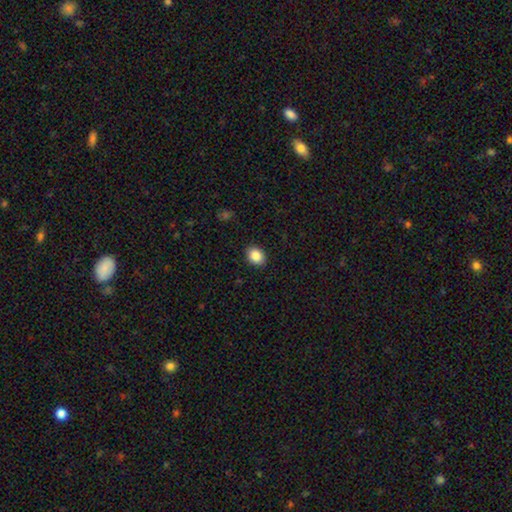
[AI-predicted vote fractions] The model was most divided on "how rounded": in between: 55%, round: 44%, cigar-shaped: 1%. More confident: merging — none (90%); smooth or featured — smooth (87%).